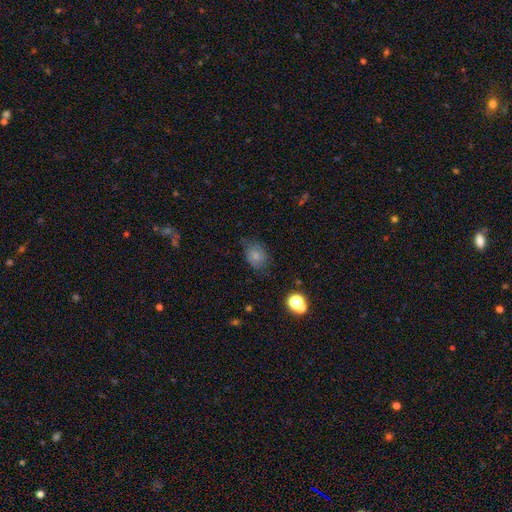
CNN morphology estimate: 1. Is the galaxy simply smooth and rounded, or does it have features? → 74% smooth, 15% featured or disk, 12% star or artifact.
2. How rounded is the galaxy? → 59% in between, 39% round, 1% cigar-shaped.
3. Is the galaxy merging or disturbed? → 62% none, 27% minor disturbance, 9% major disturbance, 2% merger.